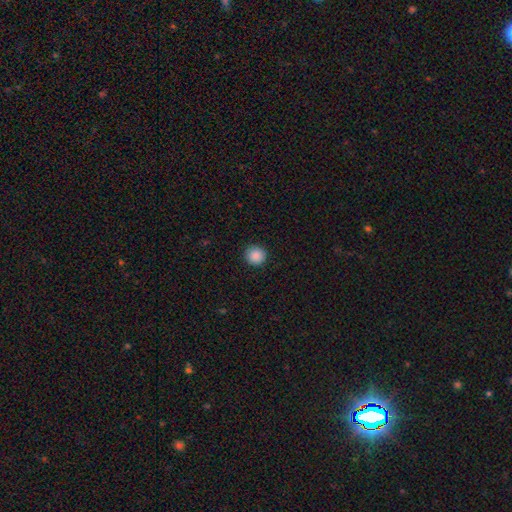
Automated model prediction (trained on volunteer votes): Smooth or featured? Predicted: smooth (p=0.88). How rounded? Predicted: round (p=0.94). Merging? Predicted: none (p=0.93).